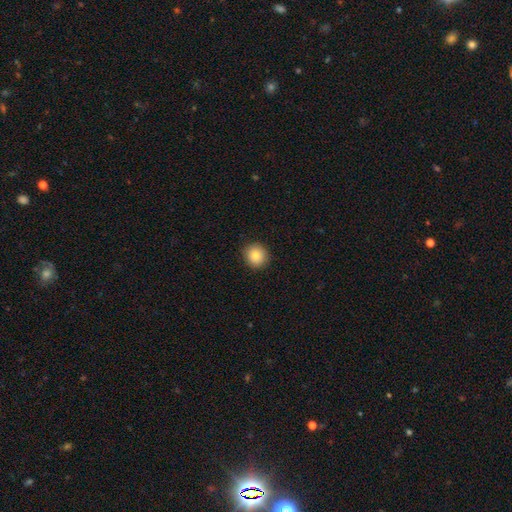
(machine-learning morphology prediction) type=smooth (83%); roundness=round (91%); merging=none (91%).